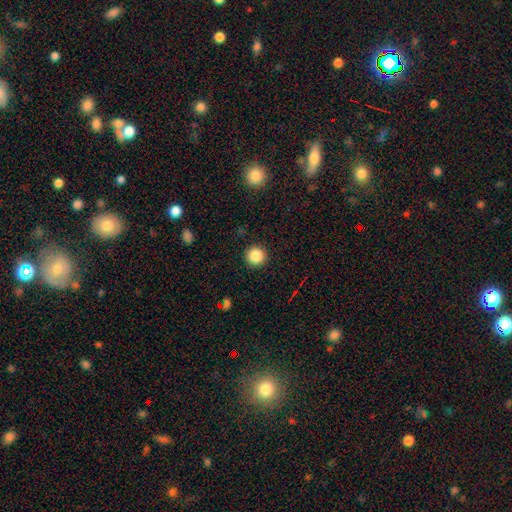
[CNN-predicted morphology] smooth_or_featured: smooth (p=0.86) [alt: star or artifact p=0.10]
how_rounded: round (p=0.95) [alt: in between p=0.04]
merging: none (p=0.92) [alt: minor disturbance p=0.05]